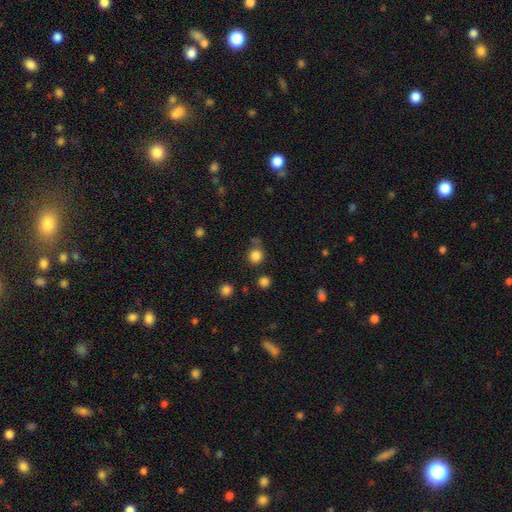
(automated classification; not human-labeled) A smooth galaxy with no disk features (82%) that is round (88%). Merging: none (71%).